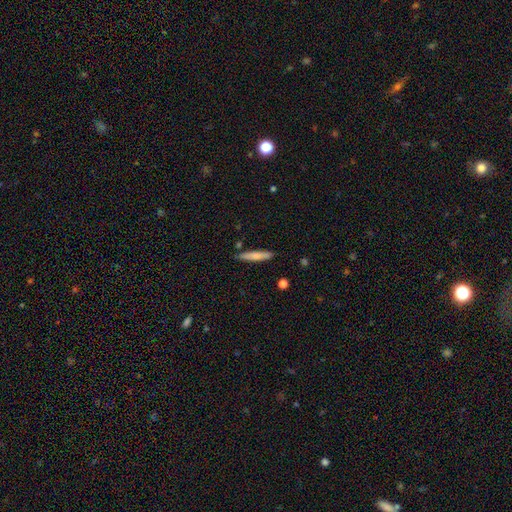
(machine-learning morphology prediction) type=smooth (73%); roundness=cigar-shaped (91%); merging=none (86%).